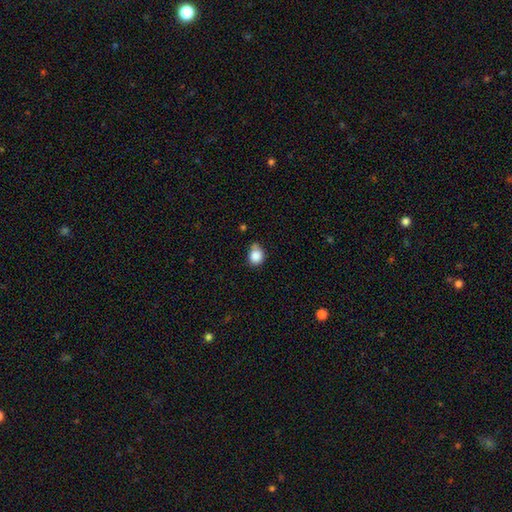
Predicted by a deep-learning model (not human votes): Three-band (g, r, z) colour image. It shows a smooth galaxy with no disk features (86%) that is round (64%). Merging: none (51%).